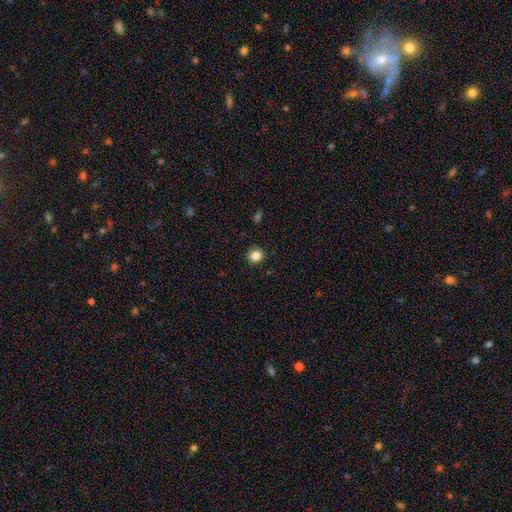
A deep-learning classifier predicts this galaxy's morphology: This is clearly a smooth galaxy (85%). How rounded: clearly round (91%). Merging: clearly none (89%).